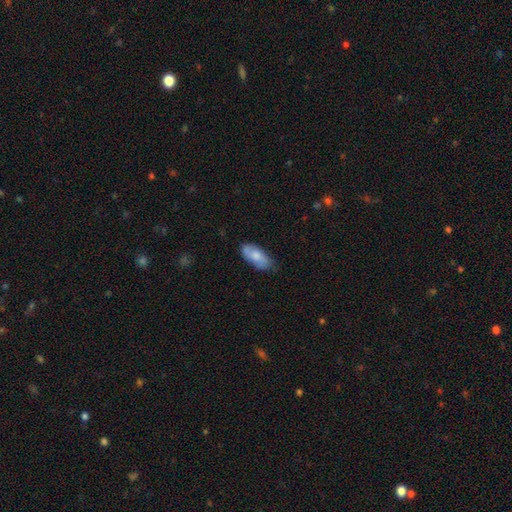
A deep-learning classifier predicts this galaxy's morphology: smooth_or_featured: smooth (p=0.65) [alt: featured or disk p=0.29]
how_rounded: in between (p=0.88) [alt: cigar-shaped p=0.09]
merging: none (p=0.70) [alt: minor disturbance p=0.23]